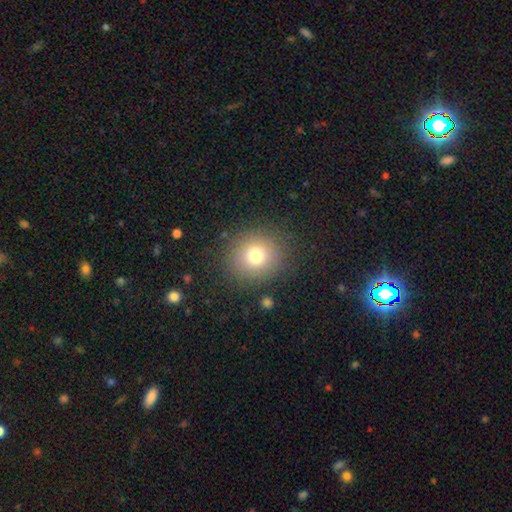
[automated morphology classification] Smooth or featured? smooth (74%)
How rounded? round (85%)
Merging? none (85%)